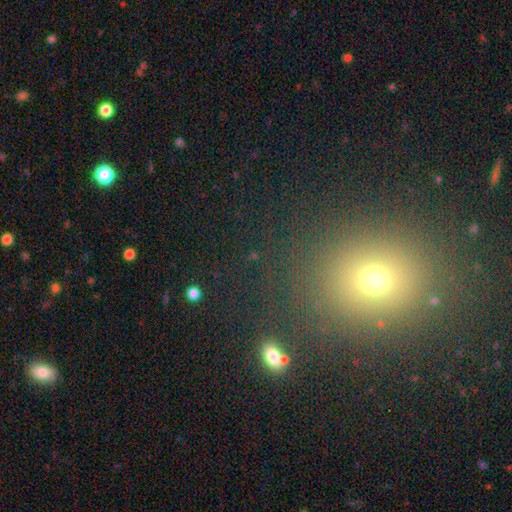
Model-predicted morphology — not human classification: A smooth galaxy with no disk features (53%) that is round (69%). Merging: none (85%).